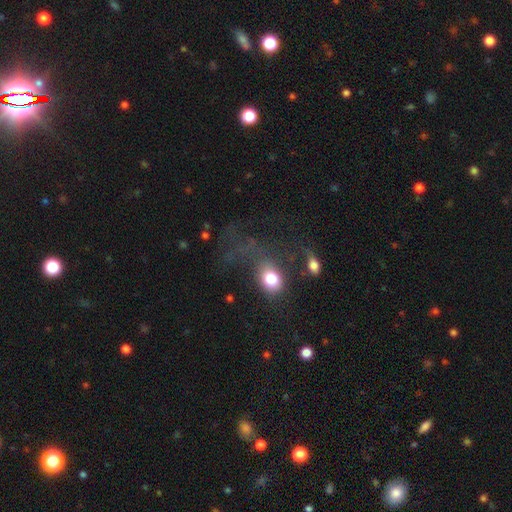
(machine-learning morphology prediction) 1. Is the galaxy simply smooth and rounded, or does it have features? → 56% smooth, 26% star or artifact, 18% featured or disk.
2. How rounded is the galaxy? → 69% round, 29% in between, 2% cigar-shaped.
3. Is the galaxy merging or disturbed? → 39% major disturbance, 37% none, 16% minor disturbance, 8% merger.